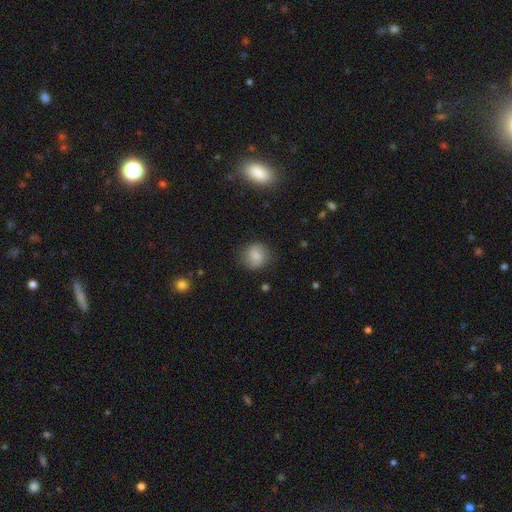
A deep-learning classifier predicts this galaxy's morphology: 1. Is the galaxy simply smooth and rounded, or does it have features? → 82% smooth, 9% featured or disk, 9% star or artifact.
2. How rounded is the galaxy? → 86% round, 12% in between, 1% cigar-shaped.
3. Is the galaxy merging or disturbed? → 83% none, 12% minor disturbance, 4% major disturbance, 1% merger.